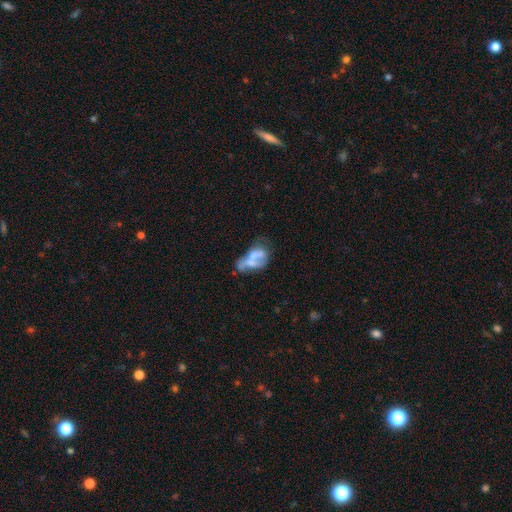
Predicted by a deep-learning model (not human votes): This is possibly a featured or disk galaxy (48%). Merging: possibly merger (46%).